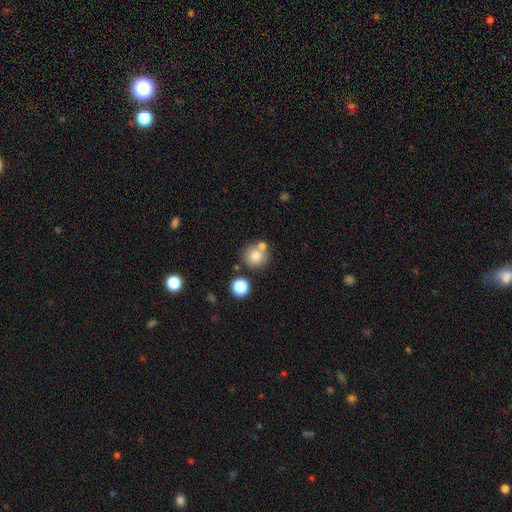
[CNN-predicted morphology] This is likely a smooth galaxy (77%). How rounded: clearly round (90%). Merging: likely none (66%).